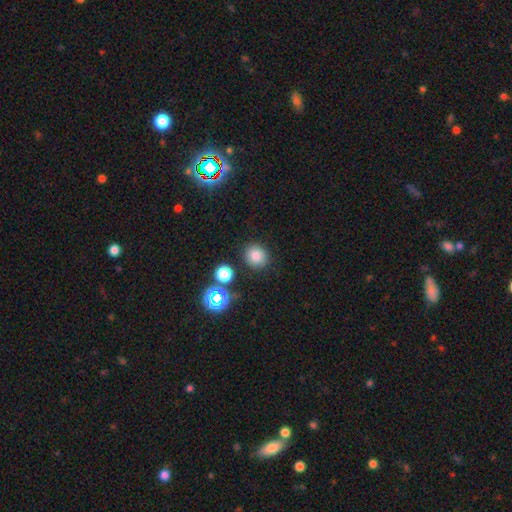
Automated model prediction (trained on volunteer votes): Smooth or featured? smooth (79%)
How rounded? round (86%)
Merging? none (86%)